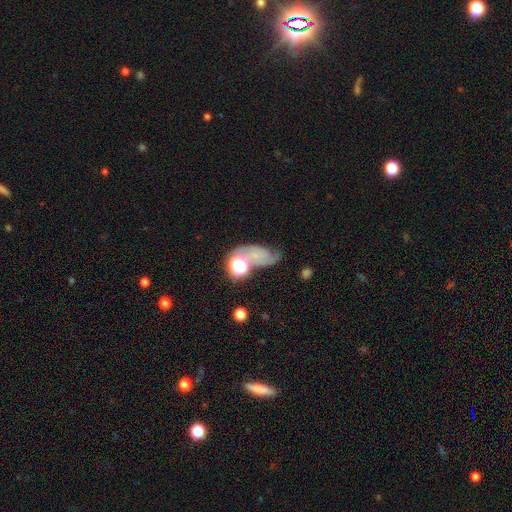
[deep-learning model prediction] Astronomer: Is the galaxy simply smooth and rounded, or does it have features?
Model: smooth — 38%, tied with featured or disk at 38%.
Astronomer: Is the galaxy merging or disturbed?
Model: none — 40% (runner-up: minor disturbance, 22%).